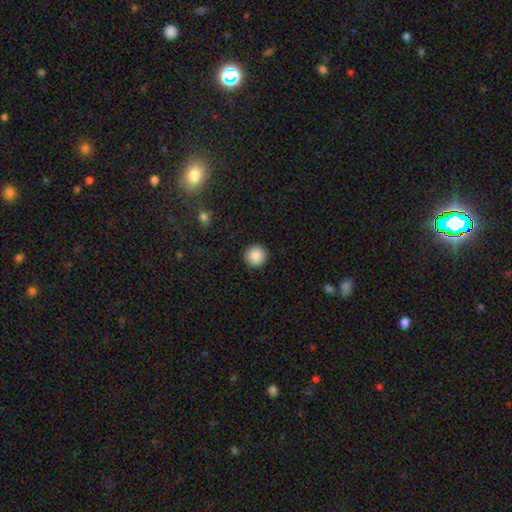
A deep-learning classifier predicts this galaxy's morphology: This appears to be a smooth galaxy with no disk features (89%) that is round (96%). Merging: none (93%).